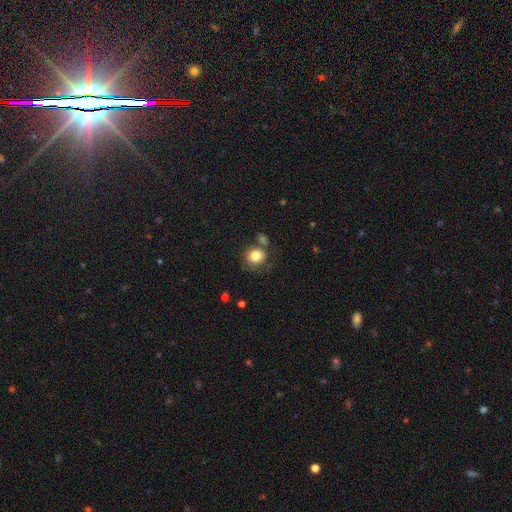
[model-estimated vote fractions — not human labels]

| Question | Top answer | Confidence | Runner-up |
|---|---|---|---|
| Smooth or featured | smooth | 83% | star or artifact (9%) |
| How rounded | round | 78% | in between (22%) |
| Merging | none | 63% | minor disturbance (16%) |